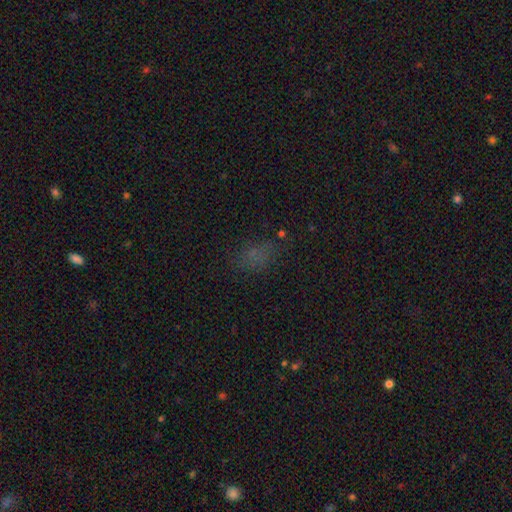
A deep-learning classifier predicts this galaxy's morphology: Overall: smooth (60%; star or artifact 30%). How rounded: in between (78%). Merging: none (68%).